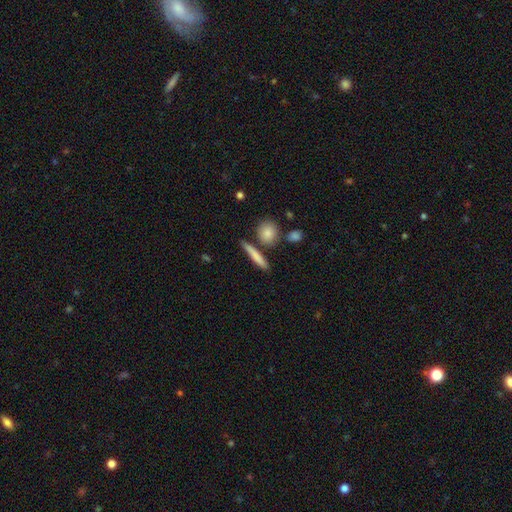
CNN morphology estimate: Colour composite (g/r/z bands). It shows a smooth galaxy with no disk features (75%) that is cigar-shaped (82%). Merging: none (75%).